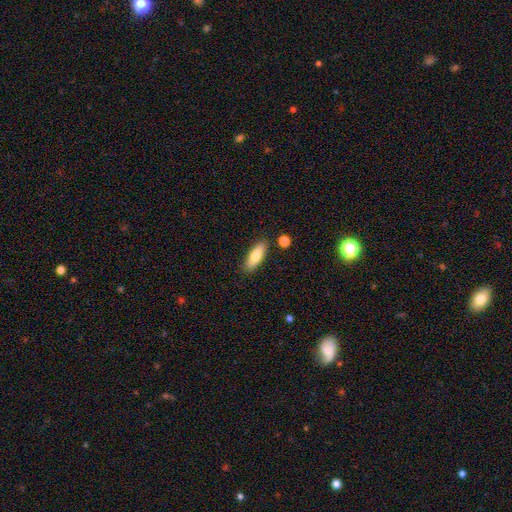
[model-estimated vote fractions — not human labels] A smooth galaxy with no disk features (78%) that is in between round and cigar-shaped (60%).

Vote fractions:
- Smooth or featured? smooth: 78% / featured or disk: 16% / star or artifact: 6%
- How rounded? in between: 60% / cigar-shaped: 37% / round: 2%
- Merging? none: 84% / minor disturbance: 10% / merger: 4% / major disturbance: 2%